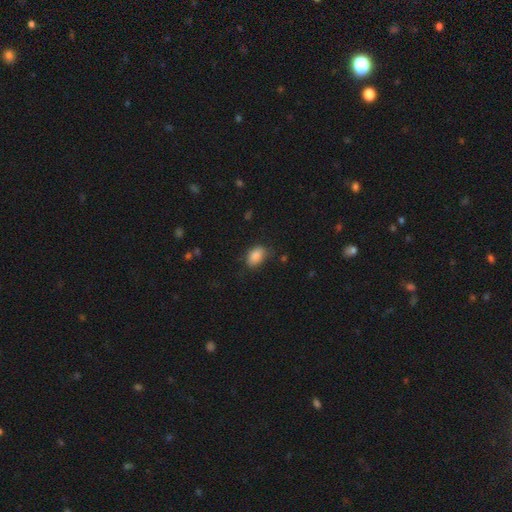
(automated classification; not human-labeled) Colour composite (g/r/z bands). It shows a smooth galaxy with no disk features (86%) that is in between round and cigar-shaped (87%). Merging: none (69%).